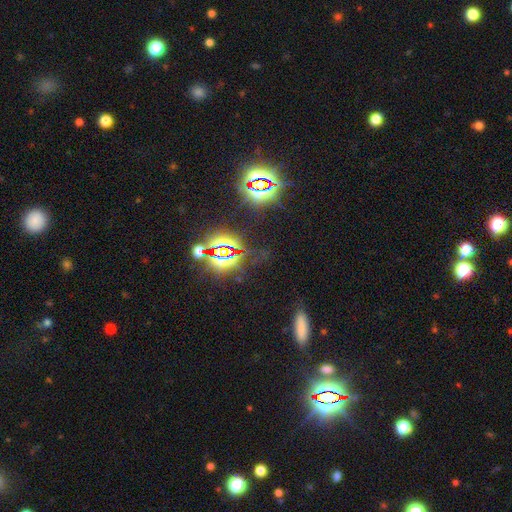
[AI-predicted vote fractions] star or artifact 76%, smooth 14%, featured or disk 10%.